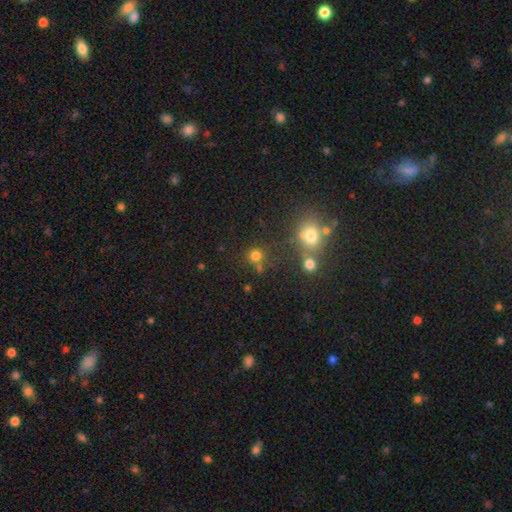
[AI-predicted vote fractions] Morphology: type=smooth (75%); roundness=round (91%); merging=none (73%).